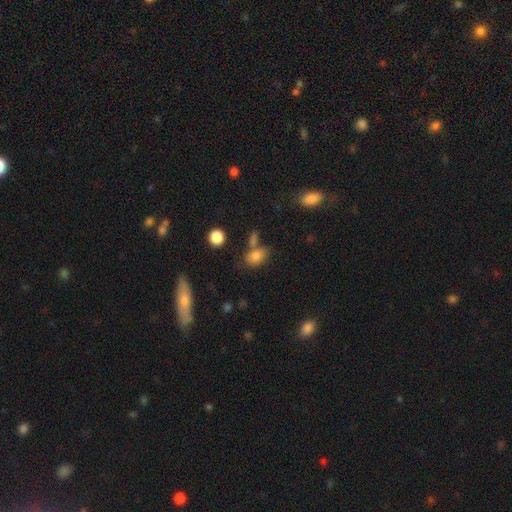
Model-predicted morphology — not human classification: Smooth or featured? smooth (81%)
How rounded? in between (80%)
Merging? none (58%)